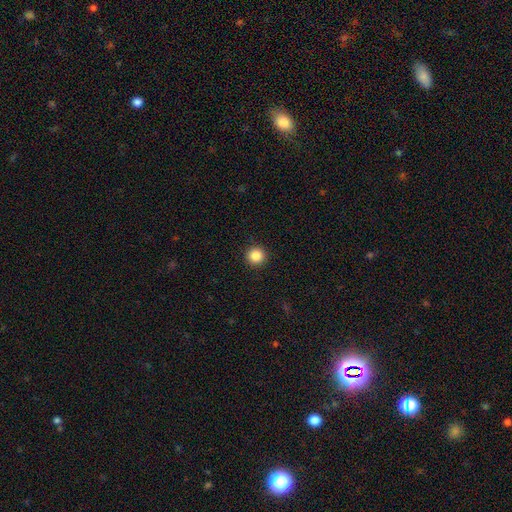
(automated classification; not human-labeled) A smooth galaxy with no disk features (86%) that is round (96%). Merging: none (93%).